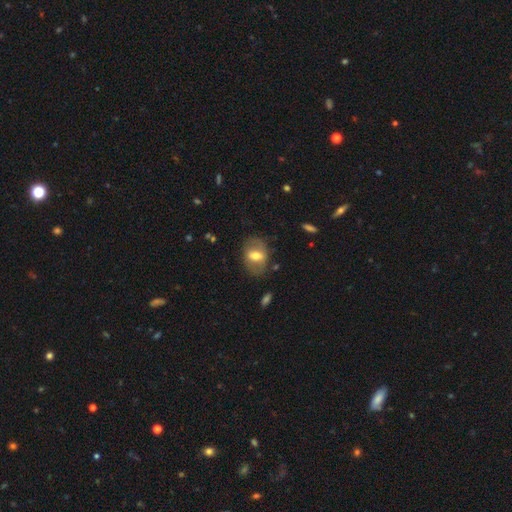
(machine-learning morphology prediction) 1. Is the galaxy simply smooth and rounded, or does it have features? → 50% smooth, 42% featured or disk, 7% star or artifact.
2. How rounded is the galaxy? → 70% in between, 28% round, 2% cigar-shaped.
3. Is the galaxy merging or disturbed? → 74% none, 16% minor disturbance, 8% major disturbance, 2% merger.